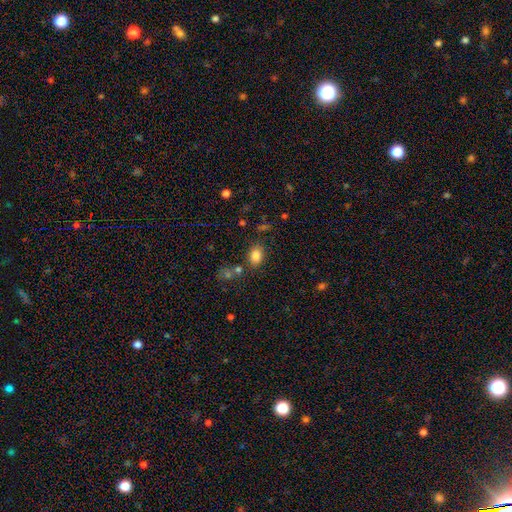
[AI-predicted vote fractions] Overall: smooth (83%). How rounded: in between (72%). Merging: none (77%).